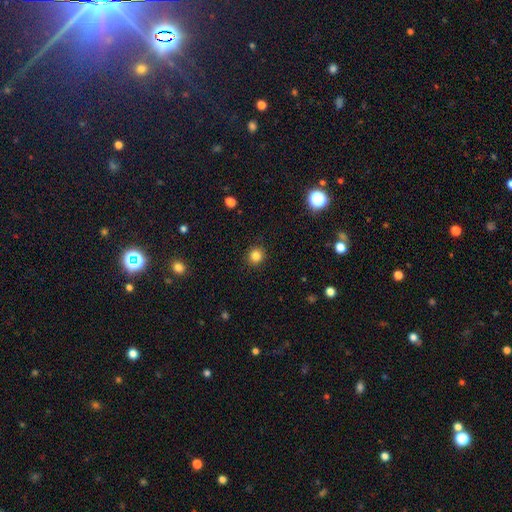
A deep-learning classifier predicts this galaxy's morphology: smooth-or-featured: smooth: 83% | star or artifact: 12% | featured or disk: 5%
  how-rounded: round: 88% | in between: 11% | cigar-shaped: 1%
  merging: none: 90% | minor disturbance: 6% | major disturbance: 2% | merger: 1%